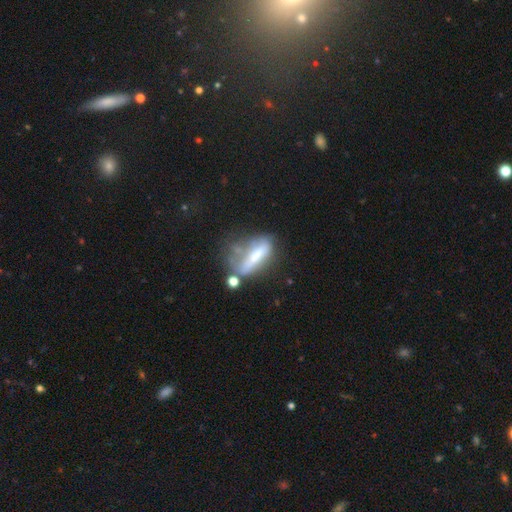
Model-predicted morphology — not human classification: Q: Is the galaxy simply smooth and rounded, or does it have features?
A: featured or disk — 46%.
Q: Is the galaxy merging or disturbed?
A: major disturbance — 30%.